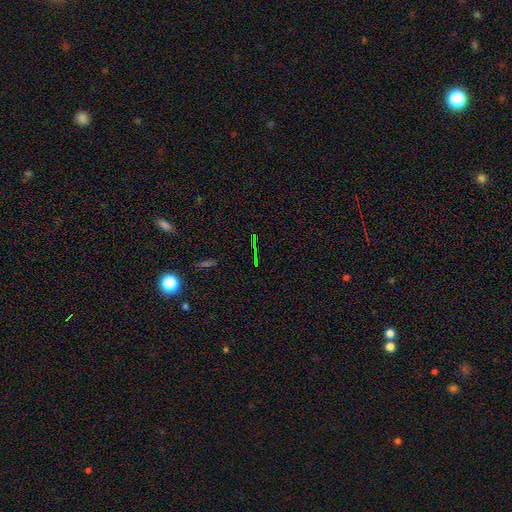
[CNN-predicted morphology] A star or artifact, not a galaxy (76%).

Vote fractions:
- Smooth or featured? star or artifact: 76% / smooth: 12% / featured or disk: 12%